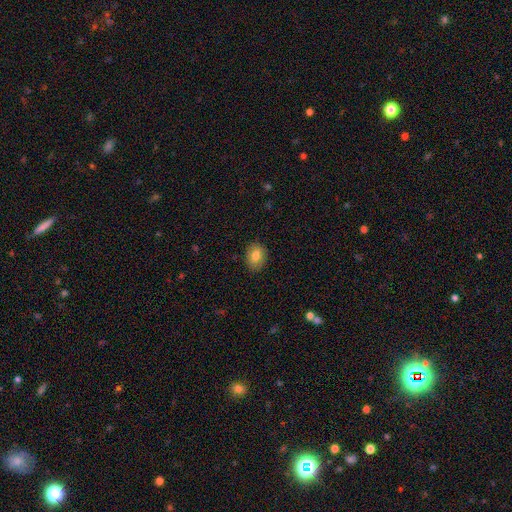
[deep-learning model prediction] Smooth or featured? Predicted: smooth (p=0.79). How rounded? Predicted: in between (p=0.63). Merging? Predicted: none (p=0.87).